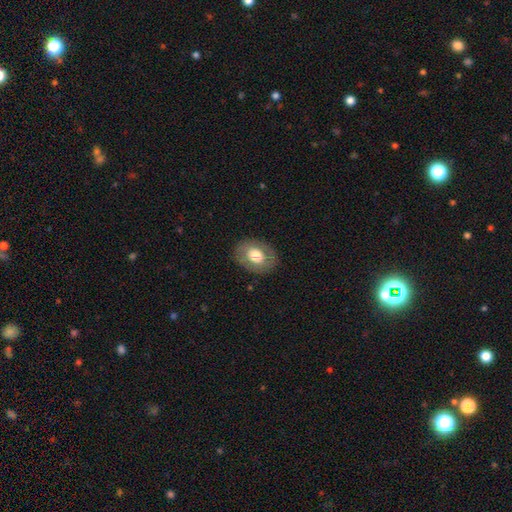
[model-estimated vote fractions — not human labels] Smooth or featured? Predicted: smooth (p=0.65). How rounded? Predicted: in between (p=0.65). Merging? Predicted: none (p=0.83).